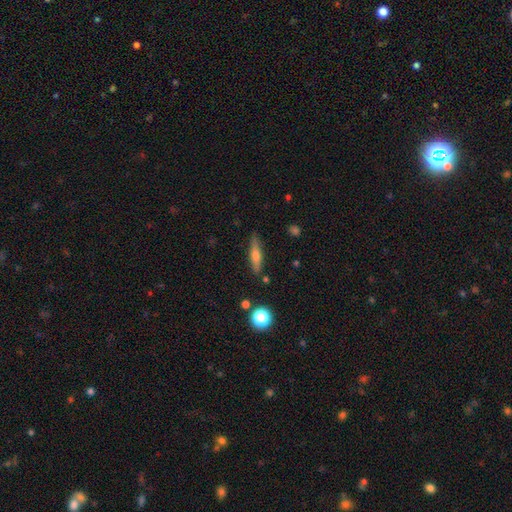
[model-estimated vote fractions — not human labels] Smooth or featured: smooth — 51% (featured or disk — 41%)
How rounded: cigar-shaped — 77% (in between — 20%)
Merging: none — 83% (minor disturbance — 11%)